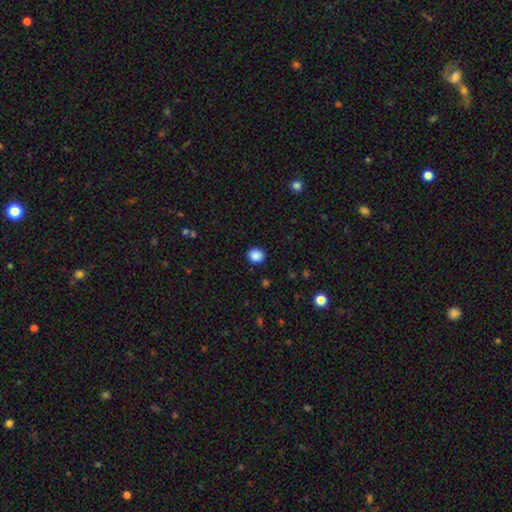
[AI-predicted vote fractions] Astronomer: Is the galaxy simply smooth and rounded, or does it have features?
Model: smooth — 88%.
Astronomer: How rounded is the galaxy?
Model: round — 74%.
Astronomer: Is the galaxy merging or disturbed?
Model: none — 90%.